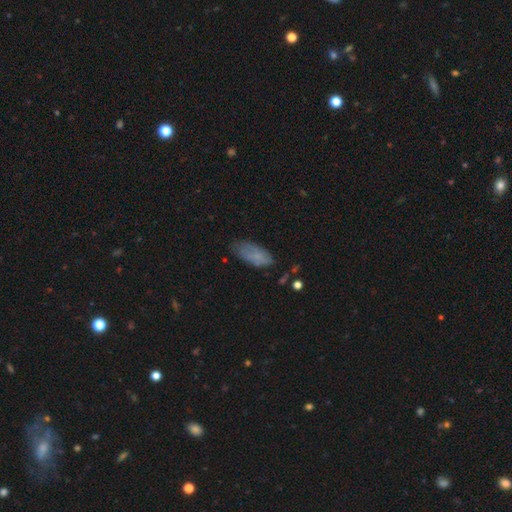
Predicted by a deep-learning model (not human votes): smooth 74%, featured or disk 17%, star or artifact 9%. Down the decision tree: how rounded — in between (86%); merging — none (60%).